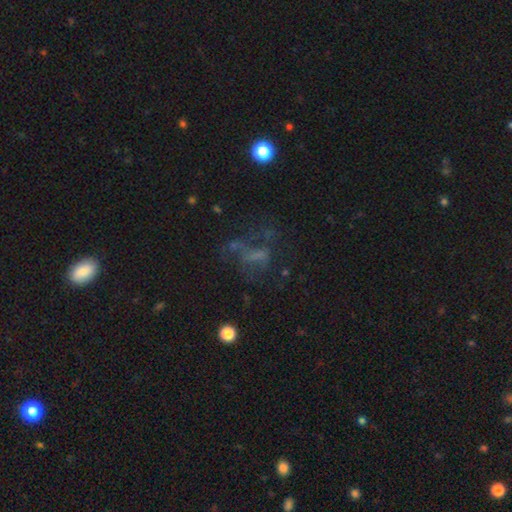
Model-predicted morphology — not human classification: smooth_or_featured: featured or disk (p=0.37) [alt: smooth p=0.32]
merging: none (p=0.39) [alt: major disturbance p=0.38]